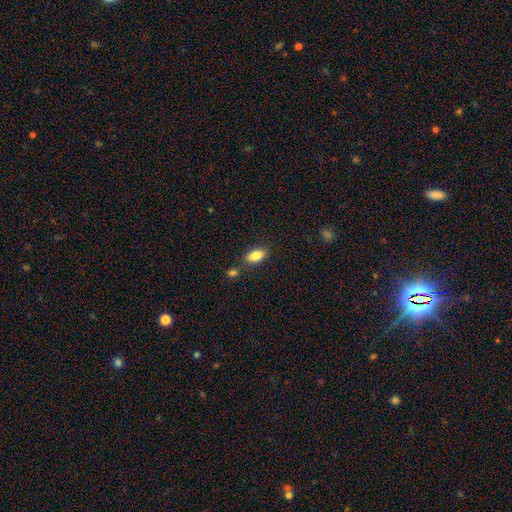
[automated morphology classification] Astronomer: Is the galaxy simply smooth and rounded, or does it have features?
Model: smooth — 83%.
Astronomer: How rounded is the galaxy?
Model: in between — 88%.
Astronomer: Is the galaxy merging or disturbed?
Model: none — 79%.